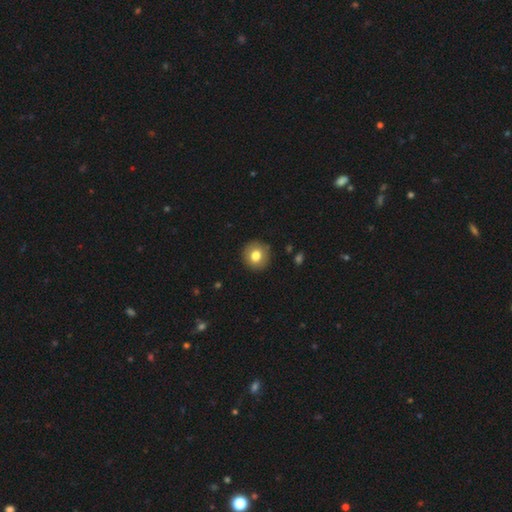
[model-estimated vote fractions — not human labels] This appears to be a smooth galaxy with no disk features (79%) that is round (91%). Merging: none (91%).